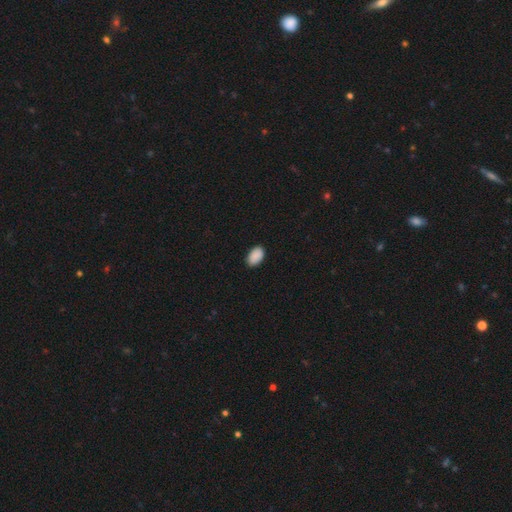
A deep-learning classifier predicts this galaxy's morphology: Smooth or featured?
  - smooth: 91% *
  - star or artifact: 7%
  - featured or disk: 3%
How rounded?
  - in between: 93% *
  - round: 6%
  - cigar-shaped: 1%
Merging?
  - none: 88% *
  - minor disturbance: 10%
  - major disturbance: 2%
  - merger: 1%